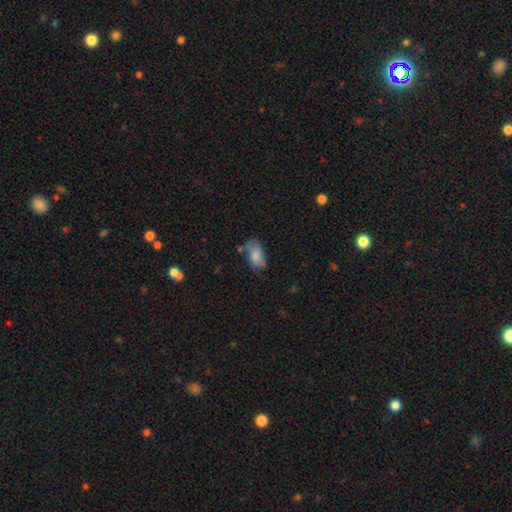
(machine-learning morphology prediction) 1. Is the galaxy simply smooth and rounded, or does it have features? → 77% smooth, 15% featured or disk, 8% star or artifact.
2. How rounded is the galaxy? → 92% in between, 6% round, 2% cigar-shaped.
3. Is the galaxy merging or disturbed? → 51% none, 29% minor disturbance, 10% major disturbance, 10% merger.